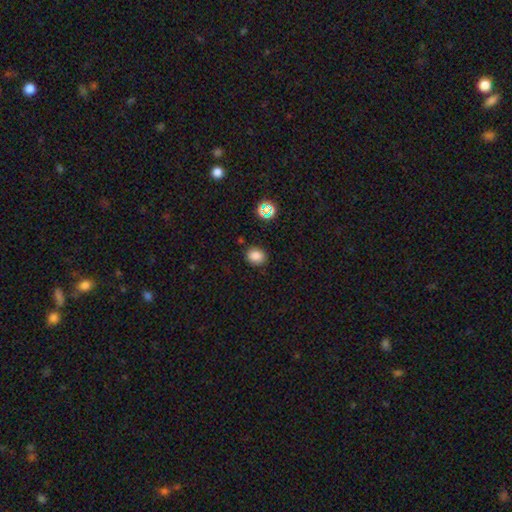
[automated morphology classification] smooth_or_featured: smooth (p=0.81) [alt: star or artifact p=0.14]
how_rounded: round (p=0.50) [alt: in between p=0.49]
merging: none (p=0.84) [alt: minor disturbance p=0.10]